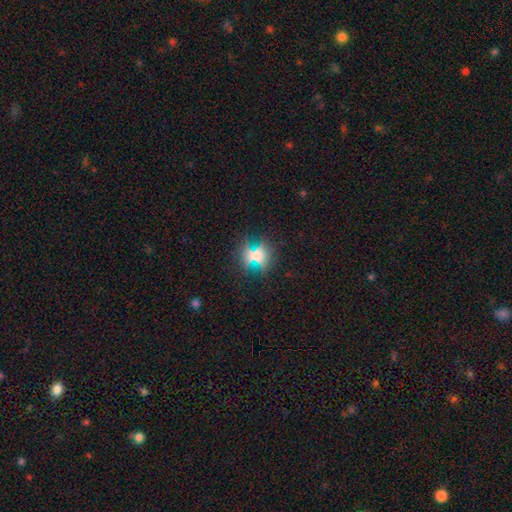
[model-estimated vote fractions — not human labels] This is possibly a smooth galaxy (53%). How rounded: clearly round (81%). Merging: likely none (80%).